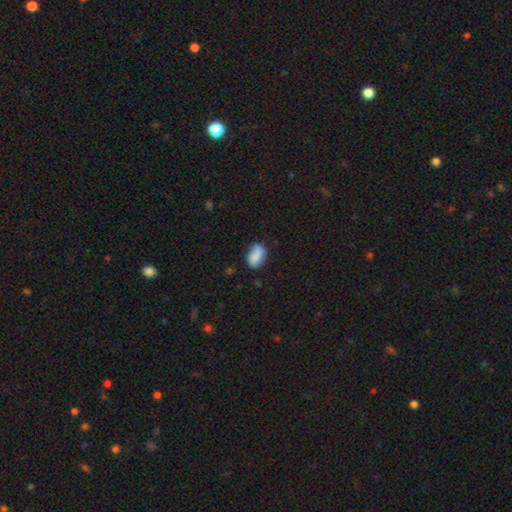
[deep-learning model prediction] Overall: smooth (80%). How rounded: in between (88%). Merging: none (65%; minor disturbance 26%).